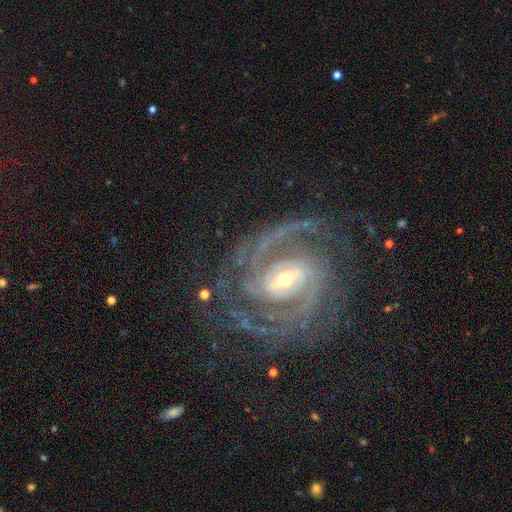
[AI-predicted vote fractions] Morphology: type=featured or disk (91%); edge-on=no (97%); bar=weak (41%); spiral arms=yes (98%); winding=tight (59%); arm count=2 (52%); bulge=small (56%); merging=none (74%).